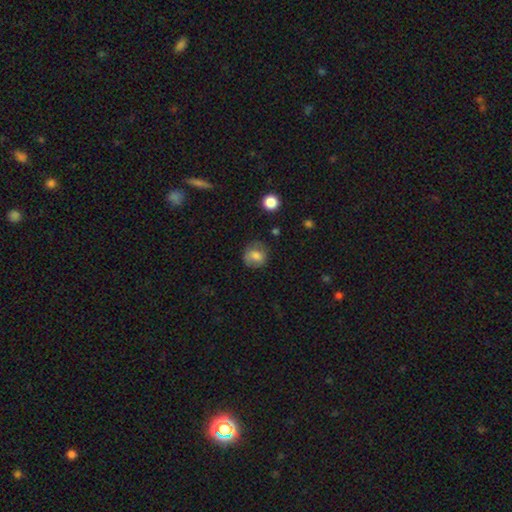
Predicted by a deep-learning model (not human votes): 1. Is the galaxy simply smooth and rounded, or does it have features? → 73% smooth, 17% featured or disk, 9% star or artifact.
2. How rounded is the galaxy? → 80% round, 20% in between, 1% cigar-shaped.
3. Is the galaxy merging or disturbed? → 71% none, 20% minor disturbance, 7% major disturbance, 2% merger.